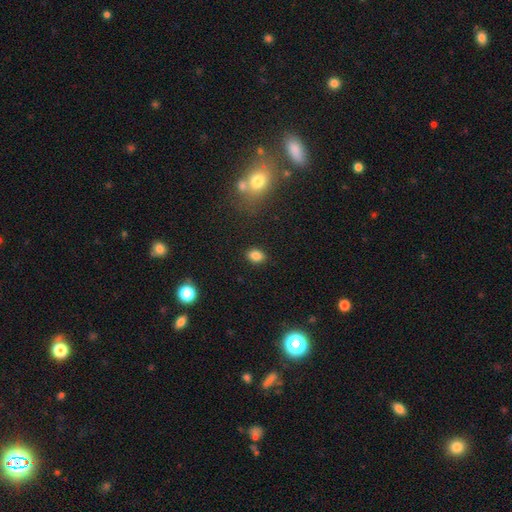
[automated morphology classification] A smooth galaxy with no disk features (84%) that is in between round and cigar-shaped (74%).

Vote fractions:
- Smooth or featured? smooth: 84% / star or artifact: 11% / featured or disk: 5%
- How rounded? in between: 74% / round: 24% / cigar-shaped: 1%
- Merging? none: 87% / minor disturbance: 8% / major disturbance: 2% / merger: 2%